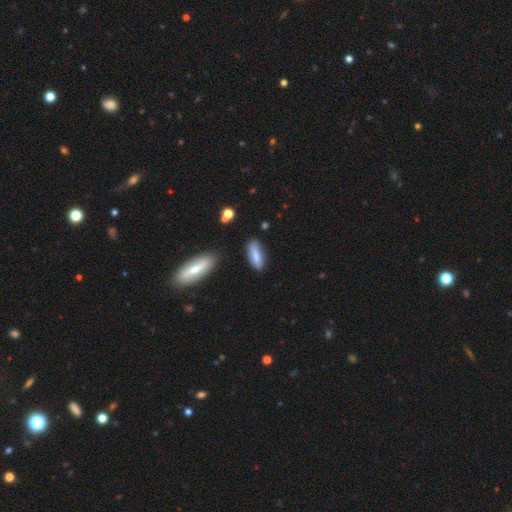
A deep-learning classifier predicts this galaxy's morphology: The model was most divided on "how rounded": in between: 60%, cigar-shaped: 38%, round: 2%. More confident: smooth or featured — smooth (78%); merging — none (74%).